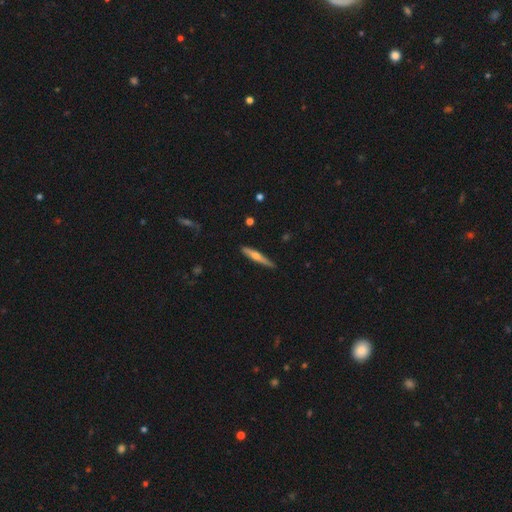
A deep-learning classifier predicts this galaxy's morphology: smooth-or-featured: featured or disk: 54% | smooth: 40% | star or artifact: 6%
  disk-edge-on: yes: 97% | no: 3%
    edge-on-bulge: rounded: 85% | none: 10% | boxy: 5%
  merging: none: 87% | minor disturbance: 10% | major disturbance: 2% | merger: 1%